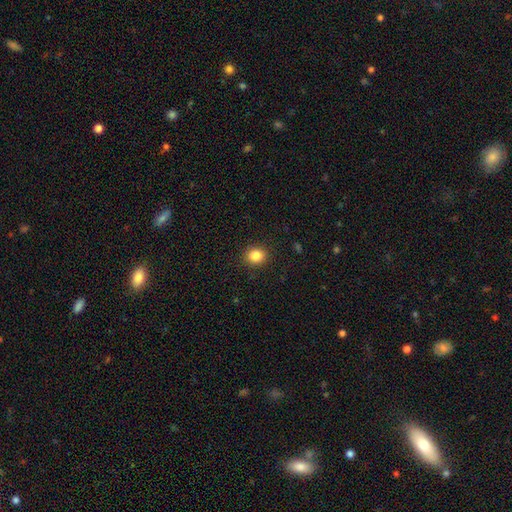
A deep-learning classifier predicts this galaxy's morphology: smooth 84%, star or artifact 11%, featured or disk 5%. Down the decision tree: how rounded — round (75%); merging — none (90%).